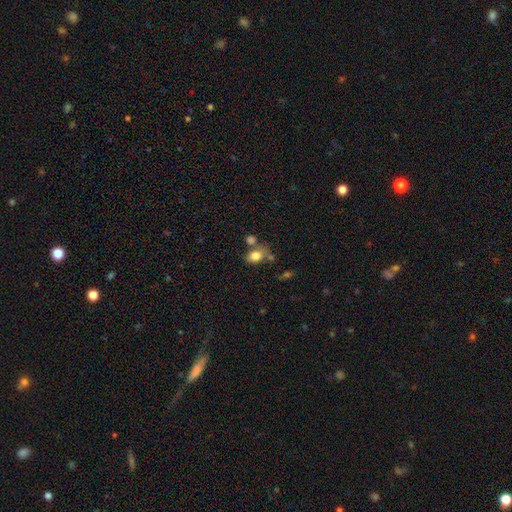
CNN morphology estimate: Smooth or featured?
  - smooth: 79% *
  - featured or disk: 11%
  - star or artifact: 10%
How rounded?
  - in between: 70% *
  - round: 28%
  - cigar-shaped: 1%
Merging?
  - none: 53% *
  - merger: 22%
  - minor disturbance: 18%
  - major disturbance: 7%